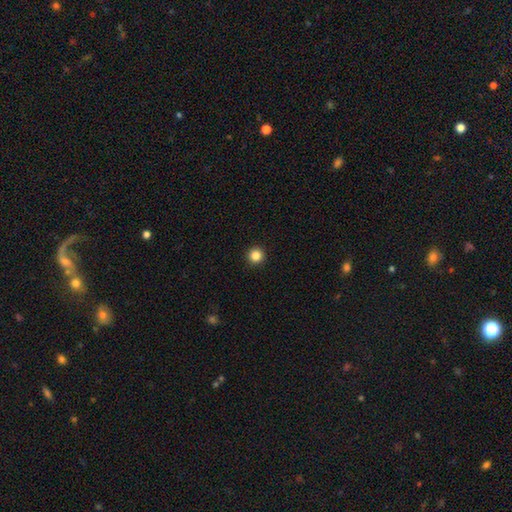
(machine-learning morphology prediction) Smooth or featured?
  - smooth: 85% *
  - star or artifact: 11%
  - featured or disk: 4%
How rounded?
  - round: 96% *
  - in between: 3%
  - cigar-shaped: 1%
Merging?
  - none: 94% *
  - minor disturbance: 4%
  - major disturbance: 1%
  - merger: 1%